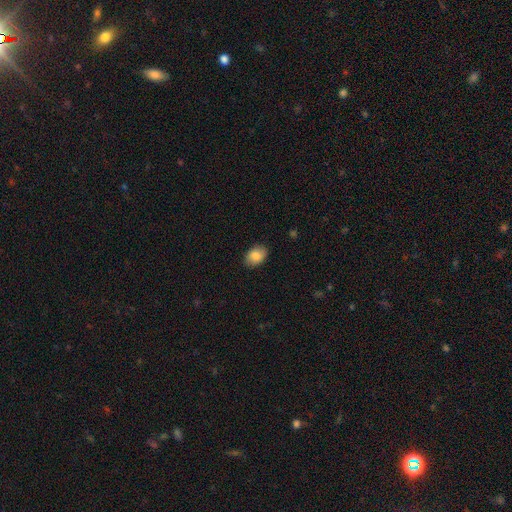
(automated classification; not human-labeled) smooth 84%, featured or disk 9%, star or artifact 7%. Down the decision tree: how rounded — in between (81%); merging — none (86%).